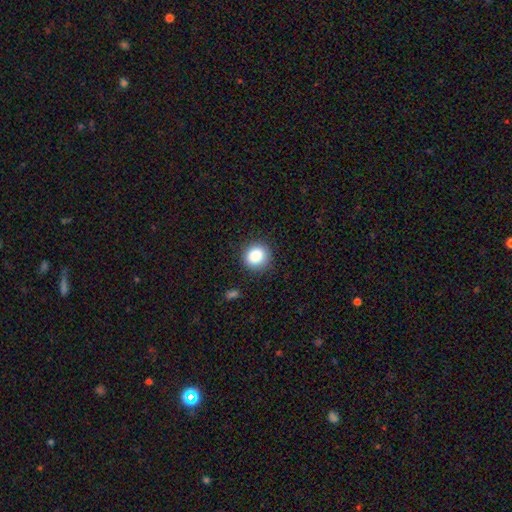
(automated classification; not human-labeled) smooth_or_featured: smooth (p=0.86) [alt: star or artifact p=0.09]
how_rounded: round (p=0.86) [alt: in between p=0.13]
merging: none (p=0.87) [alt: minor disturbance p=0.09]